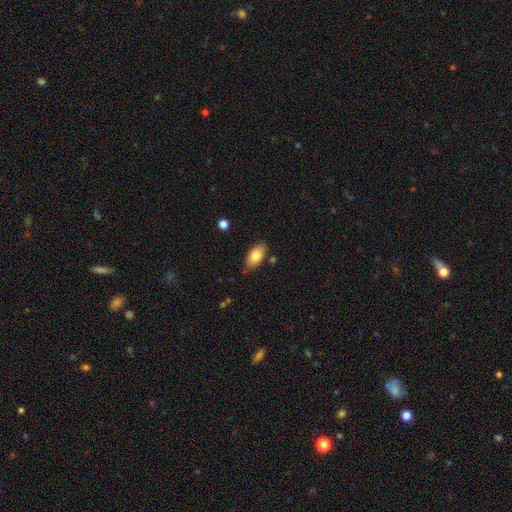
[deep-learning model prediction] The model was most divided on "merging": none: 76%, minor disturbance: 18%, merger: 3%, major disturbance: 3%. More confident: how rounded — in between (91%); smooth or featured — smooth (78%).